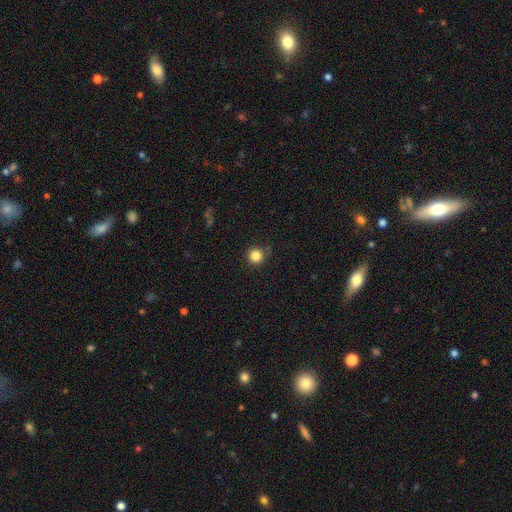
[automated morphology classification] Smooth or featured? Predicted: smooth (p=0.84). How rounded? Predicted: round (p=0.95). Merging? Predicted: none (p=0.87).